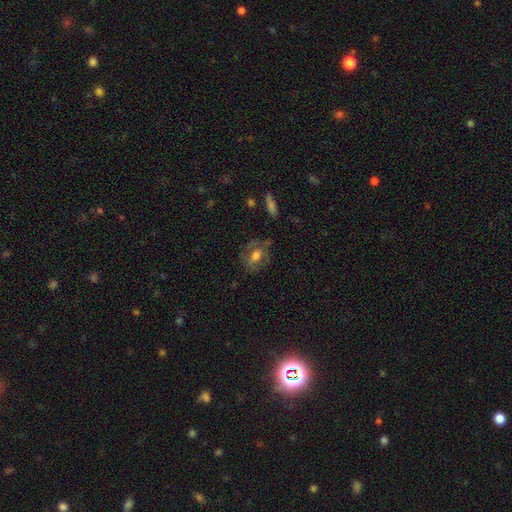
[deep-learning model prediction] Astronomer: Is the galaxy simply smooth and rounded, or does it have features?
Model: smooth — 48% (runner-up: featured or disk, 43%).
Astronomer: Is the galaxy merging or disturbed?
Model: none — 64%.